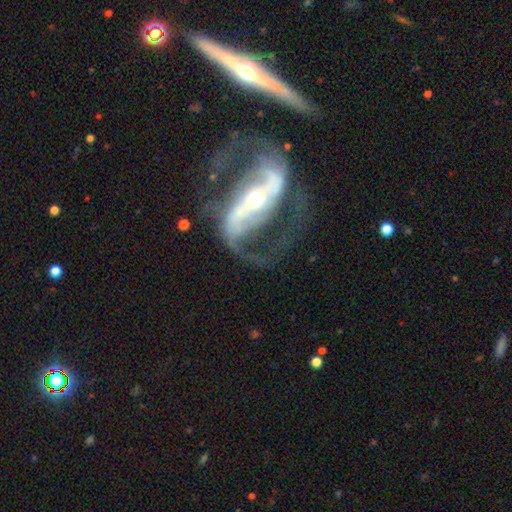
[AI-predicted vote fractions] Smooth or featured? featured or disk (90%)
Edge-on disk? no (94%)
Bar? strong (68%)
Spiral arms? yes (95%)
Spiral winding? medium (48%)
Spiral arm count? 2 (92%)
Bulge size? small (54%)
Merging? none (58%)